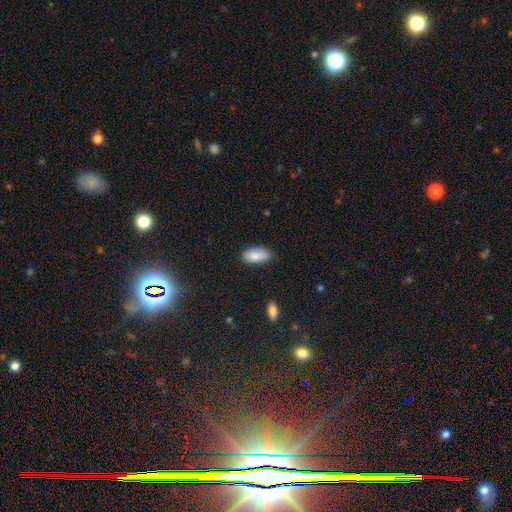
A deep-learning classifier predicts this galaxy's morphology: Smooth or featured? smooth (87%)
How rounded? in between (87%)
Merging? none (83%)